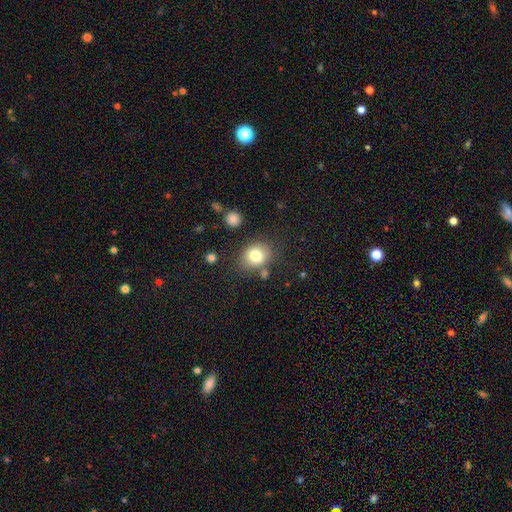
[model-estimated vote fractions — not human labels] A smooth galaxy with no disk features (79%) that is round (50%).

Vote fractions:
- Smooth or featured? smooth: 79% / featured or disk: 11% / star or artifact: 10%
- How rounded? round: 50% / in between: 49% / cigar-shaped: 1%
- Merging? none: 73% / minor disturbance: 15% / merger: 7% / major disturbance: 5%